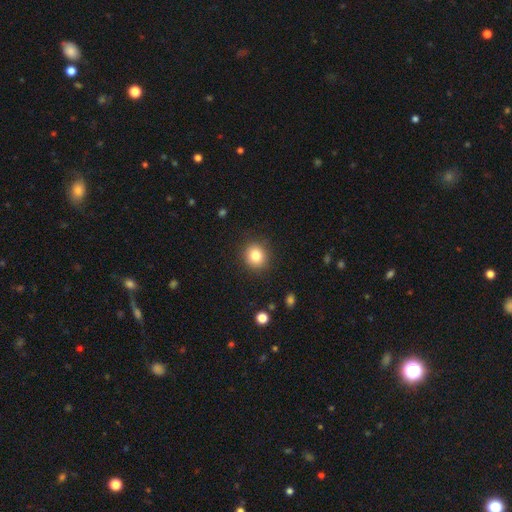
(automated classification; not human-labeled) Smooth or featured: smooth — 82% (star or artifact — 11%)
How rounded: round — 83% (in between — 16%)
Merging: none — 89% (minor disturbance — 8%)